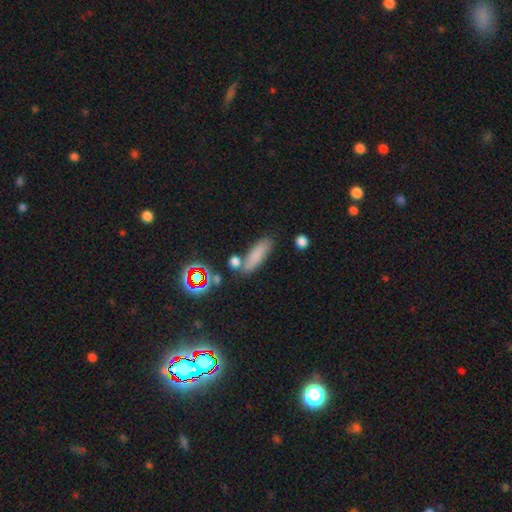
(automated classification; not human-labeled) This is likely a smooth galaxy (76%). How rounded: possibly cigar-shaped (54%). Merging: likely none (73%).